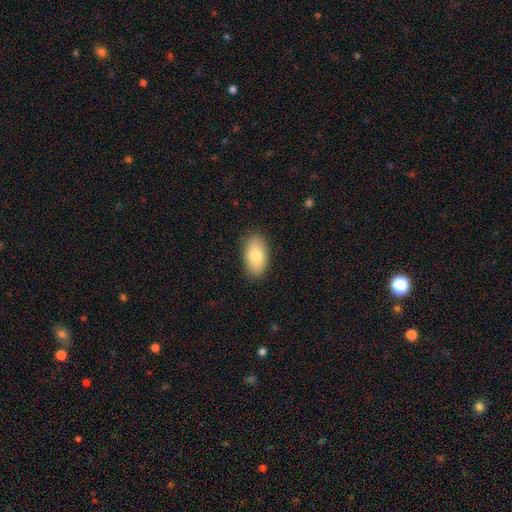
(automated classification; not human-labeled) A smooth galaxy with no disk features (80%) that is in between round and cigar-shaped (94%). Merging: none (86%).